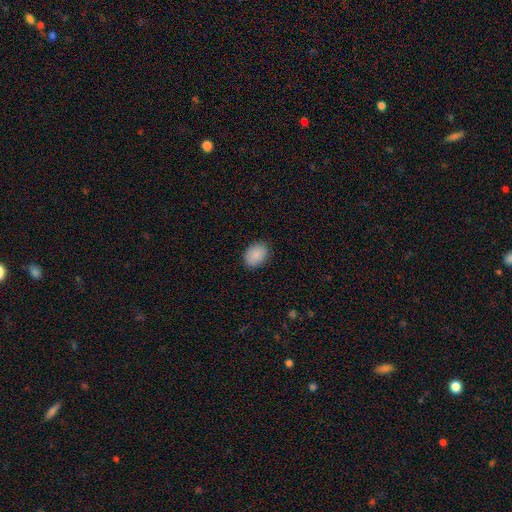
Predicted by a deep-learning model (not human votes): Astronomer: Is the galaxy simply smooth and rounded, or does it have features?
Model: smooth — 89%.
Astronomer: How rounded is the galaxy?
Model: in between — 75%.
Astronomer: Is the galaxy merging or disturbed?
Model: none — 88%.